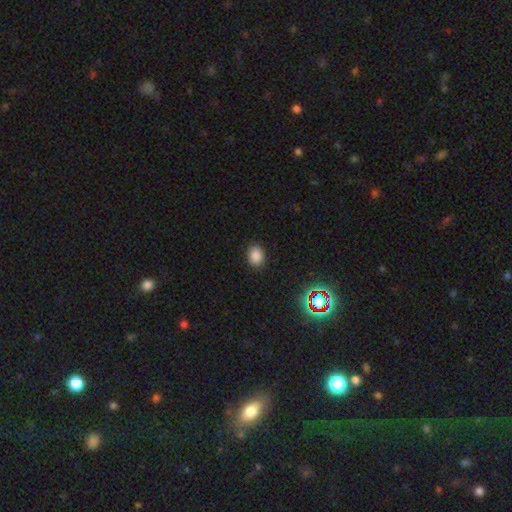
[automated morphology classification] The model was most divided on "how rounded": in between: 61%, round: 38%, cigar-shaped: 1%. More confident: merging — none (87%); smooth or featured — smooth (83%).